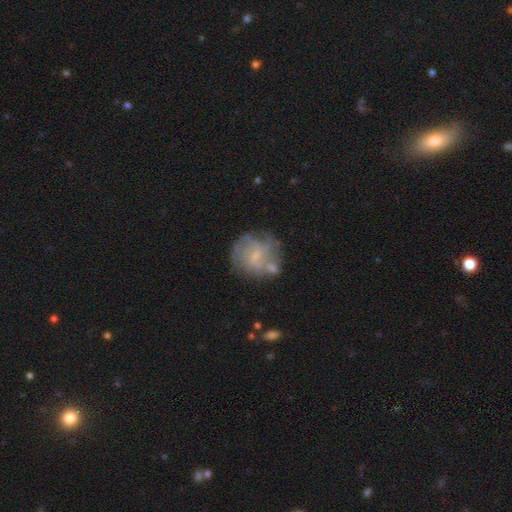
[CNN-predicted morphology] smooth-or-featured: featured or disk: 61% | smooth: 30% | star or artifact: 8%
  disk-edge-on: no: 98% | yes: 2%
    bar: weak: 47% | no: 46% | strong: 8%
    has-spiral-arms: yes: 69% | no: 31%
    bulge-size: small: 64% | moderate: 19% | none: 15% | large: 1% | dominant: 1%
  merging: none: 58% | minor disturbance: 20% | major disturbance: 12% | merger: 10%